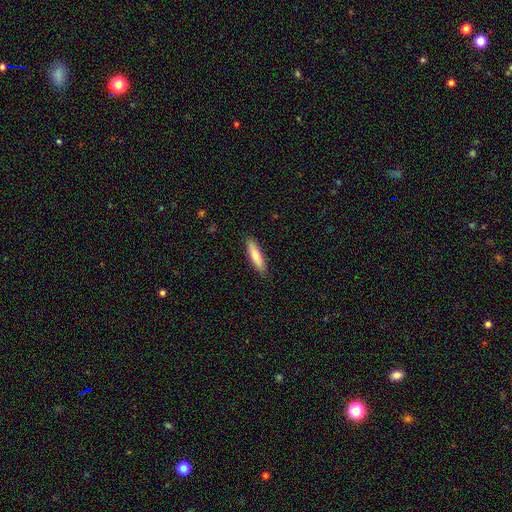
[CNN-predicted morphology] This appears to be a smooth galaxy with no disk features (77%) that is cigar-shaped (73%). Merging: none (89%).